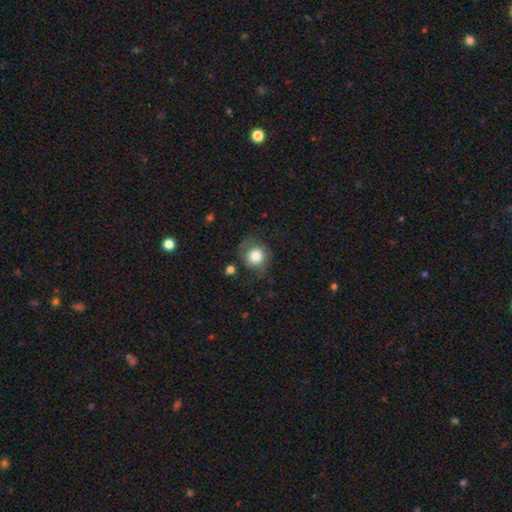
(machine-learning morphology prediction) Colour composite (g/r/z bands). It shows a smooth galaxy with no disk features (74%) that is round (82%). Merging: none (63%).